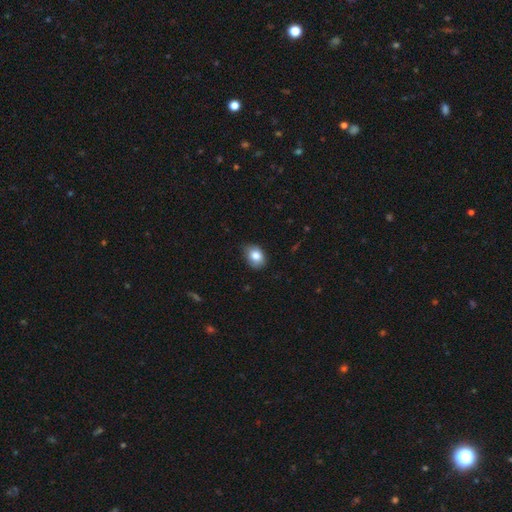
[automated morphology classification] type=smooth (82%); roundness=in between (70%); merging=none (72%).